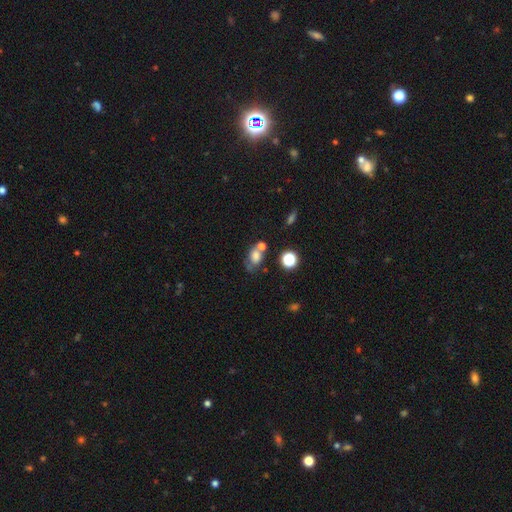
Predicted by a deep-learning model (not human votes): Smooth or featured? smooth (64%)
How rounded? in between (62%)
Merging? none (38%)